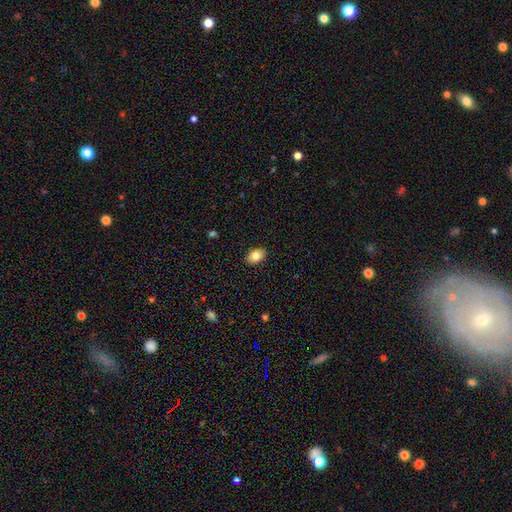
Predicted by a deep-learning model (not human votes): This appears to be a smooth galaxy with no disk features (81%) that is in between round and cigar-shaped (79%). Merging: none (86%).